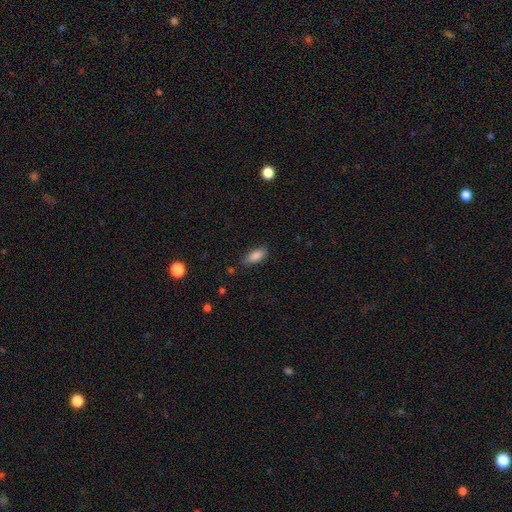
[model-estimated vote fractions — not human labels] smooth-or-featured: smooth: 84% | featured or disk: 8% | star or artifact: 8%
  how-rounded: in between: 83% | cigar-shaped: 14% | round: 3%
  merging: none: 73% | minor disturbance: 21% | major disturbance: 4% | merger: 2%